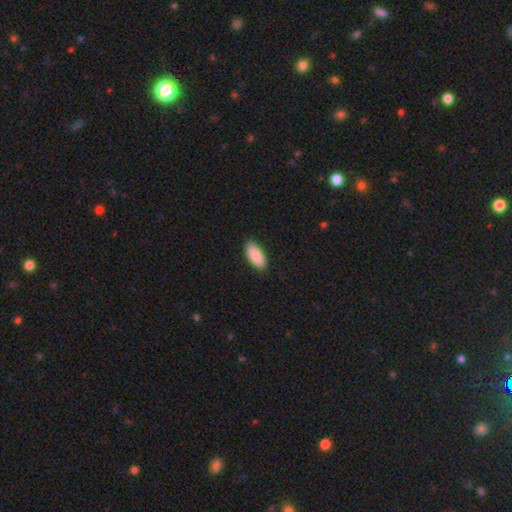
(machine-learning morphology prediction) smooth-or-featured: smooth: 90% | star or artifact: 6% | featured or disk: 5%
  how-rounded: in between: 91% | cigar-shaped: 7% | round: 2%
  merging: none: 87% | minor disturbance: 10% | major disturbance: 2% | merger: 1%